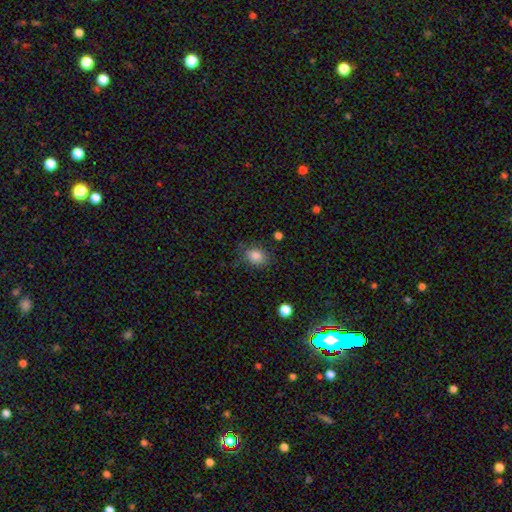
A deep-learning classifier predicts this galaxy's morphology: Smooth or featured? smooth (84%)
How rounded? in between (54%)
Merging? none (75%)